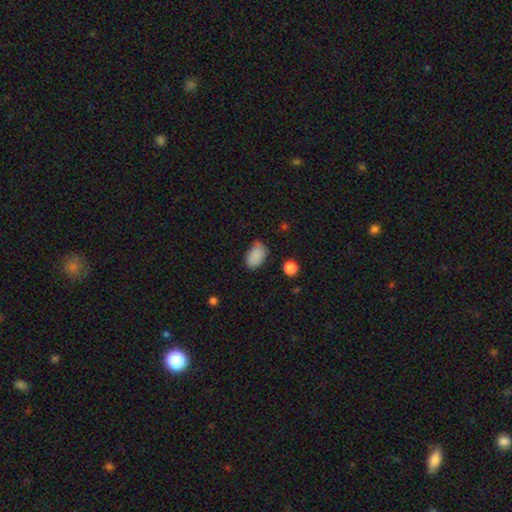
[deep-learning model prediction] A smooth galaxy with no disk features (87%) that is in between round and cigar-shaped (90%).

Vote fractions:
- Smooth or featured? smooth: 87% / star or artifact: 9% / featured or disk: 5%
- How rounded? in between: 90% / round: 9% / cigar-shaped: 1%
- Merging? none: 65% / minor disturbance: 28% / major disturbance: 5% / merger: 2%